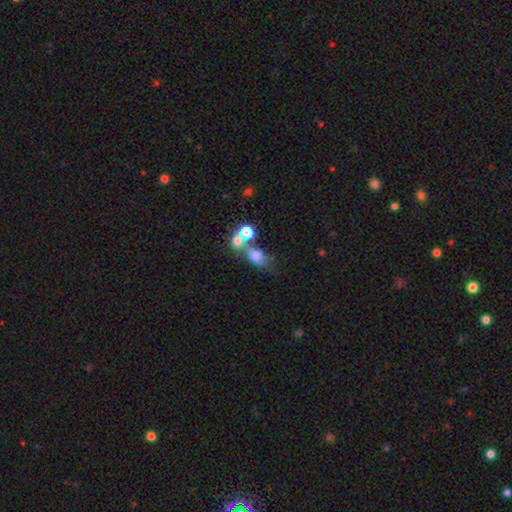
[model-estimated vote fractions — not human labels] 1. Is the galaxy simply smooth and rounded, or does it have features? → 68% smooth, 18% featured or disk, 13% star or artifact.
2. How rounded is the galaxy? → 58% in between, 38% round, 4% cigar-shaped.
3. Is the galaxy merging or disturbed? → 46% merger, 32% none, 12% minor disturbance, 11% major disturbance.